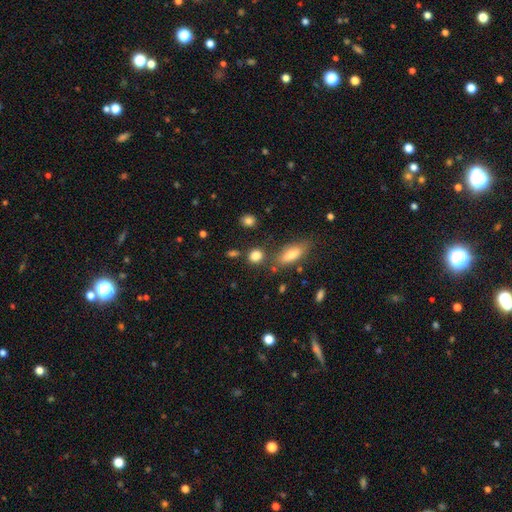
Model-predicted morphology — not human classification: This is clearly a smooth galaxy (83%). How rounded: likely round (71%). Merging: likely none (74%).